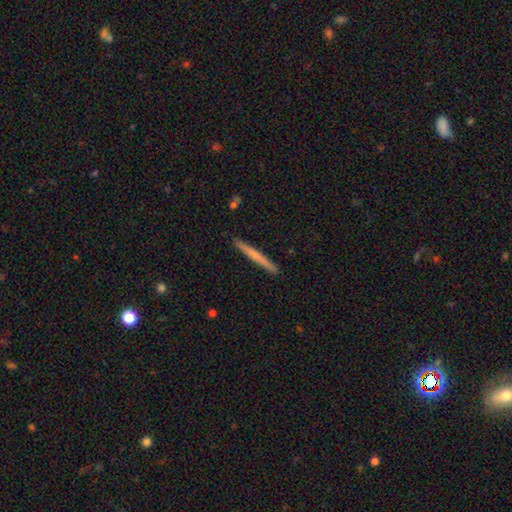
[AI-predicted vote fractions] A smooth galaxy with no disk features (56%) that is cigar-shaped (97%). Merging: none (92%).